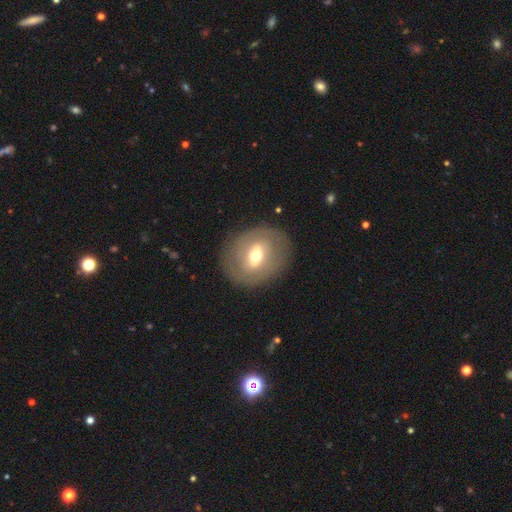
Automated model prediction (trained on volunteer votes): This appears to be a featured or disk galaxy (51%). Merging: none (84%).